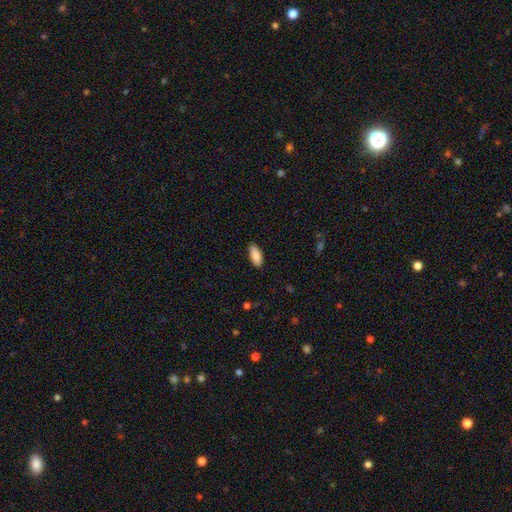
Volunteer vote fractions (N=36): Volunteers were most divided on "how rounded": in between: 72%, cigar-shaped: 28%, round: 0%. More confident: merging — none (94%); smooth or featured — smooth (89%).